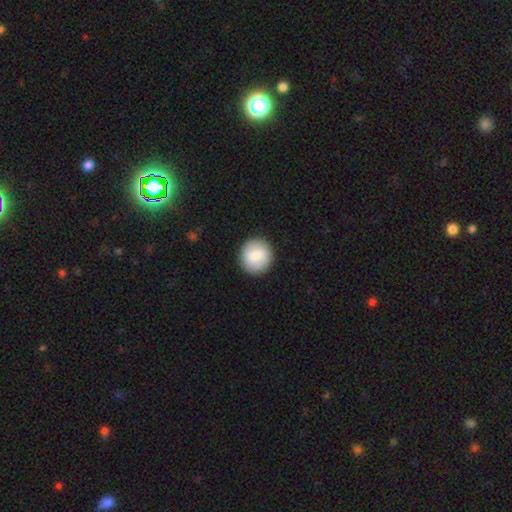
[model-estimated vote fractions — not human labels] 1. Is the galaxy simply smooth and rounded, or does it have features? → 79% smooth, 14% featured or disk, 6% star or artifact.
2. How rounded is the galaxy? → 91% round, 8% in between, 1% cigar-shaped.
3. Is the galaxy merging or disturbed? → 90% none, 7% minor disturbance, 2% major disturbance, 1% merger.